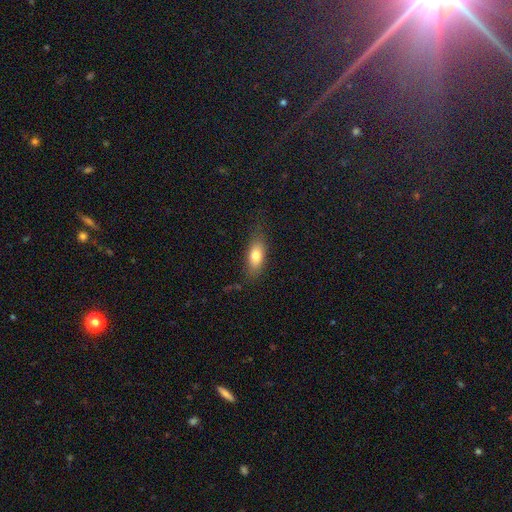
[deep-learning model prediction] This is likely a smooth galaxy (76%). How rounded: likely in between (80%). Merging: likely none (76%).